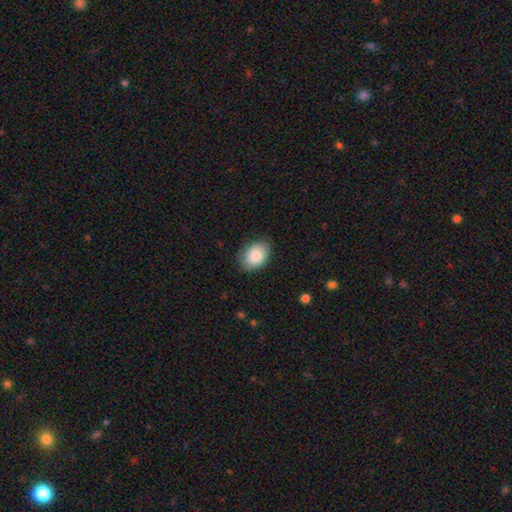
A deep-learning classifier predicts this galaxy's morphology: Smooth or featured? smooth (85%)
How rounded? in between (79%)
Merging? none (83%)